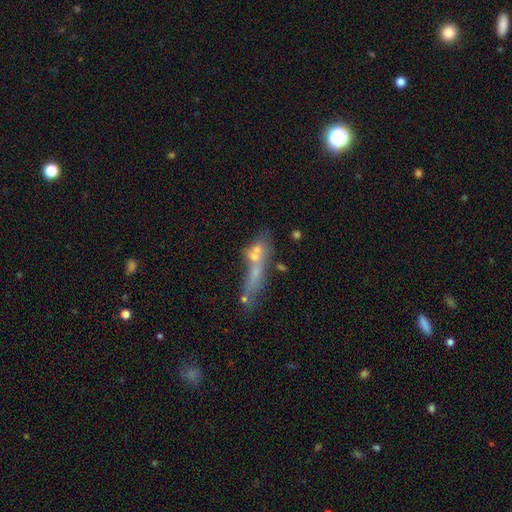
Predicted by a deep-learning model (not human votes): Morphology: type=featured or disk (42%); merging=merger (42%).